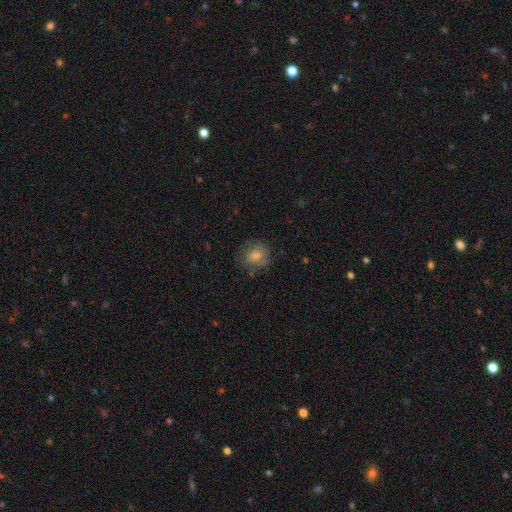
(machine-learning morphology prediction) Smooth or featured?
  - smooth: 70% *
  - featured or disk: 15%
  - star or artifact: 14%
How rounded?
  - round: 80% *
  - in between: 19%
  - cigar-shaped: 1%
Merging?
  - none: 80% *
  - minor disturbance: 14%
  - major disturbance: 4%
  - merger: 1%